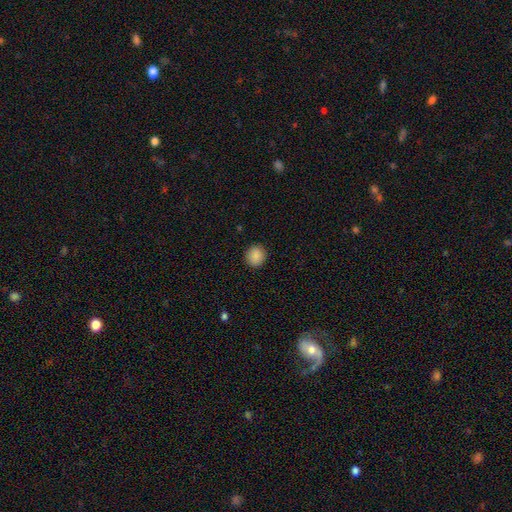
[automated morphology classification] Smooth or featured?
  - smooth: 88% *
  - star or artifact: 9%
  - featured or disk: 3%
How rounded?
  - round: 81% *
  - in between: 18%
  - cigar-shaped: 1%
Merging?
  - none: 90% *
  - minor disturbance: 7%
  - major disturbance: 2%
  - merger: 1%